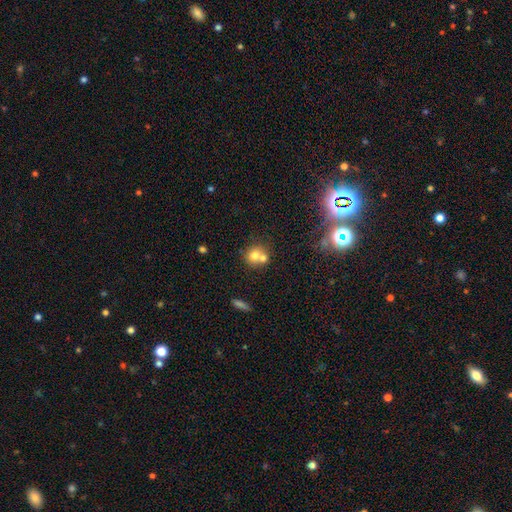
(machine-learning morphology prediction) type=smooth (70%); roundness=round (81%); merging=merger (54%).